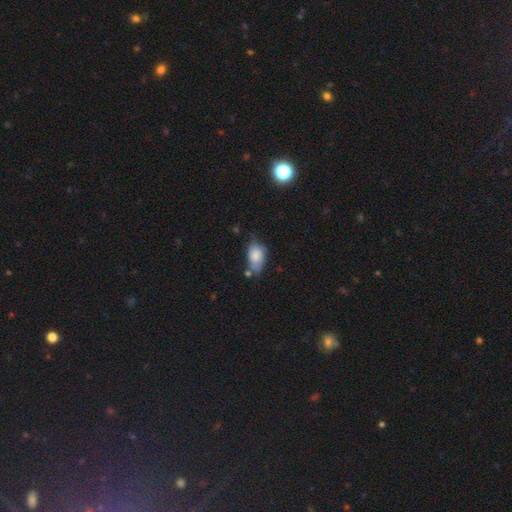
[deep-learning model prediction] The model was most divided on "merging": none: 44%, minor disturbance: 34%, merger: 11%, major disturbance: 10%. More confident: how rounded — in between (89%); smooth or featured — smooth (78%).